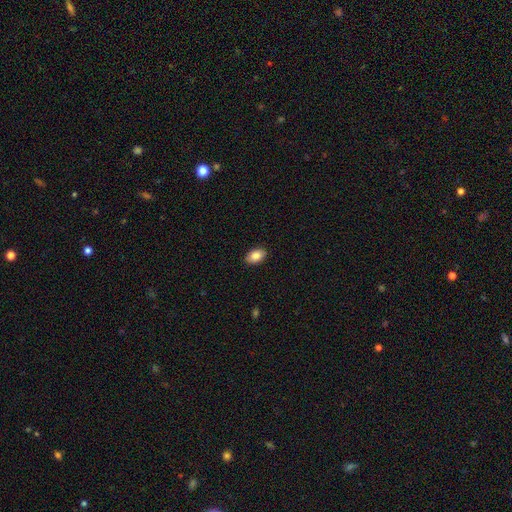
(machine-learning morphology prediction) Smooth or featured: smooth — 87% (star or artifact — 7%)
How rounded: in between — 91% (round — 8%)
Merging: none — 89% (minor disturbance — 8%)